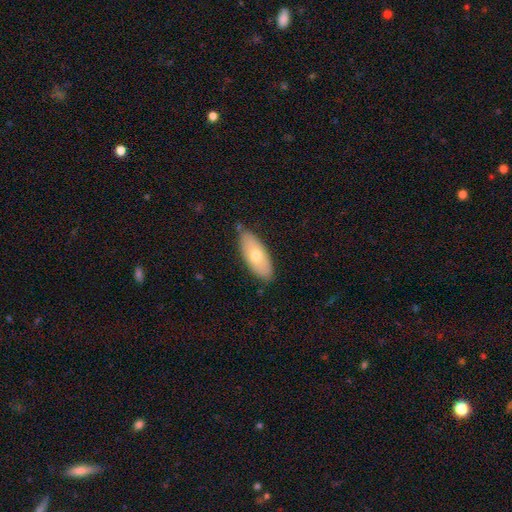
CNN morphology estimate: Smooth or featured: smooth — 67% (featured or disk — 27%)
How rounded: in between — 81% (cigar-shaped — 16%)
Merging: none — 78% (minor disturbance — 17%)